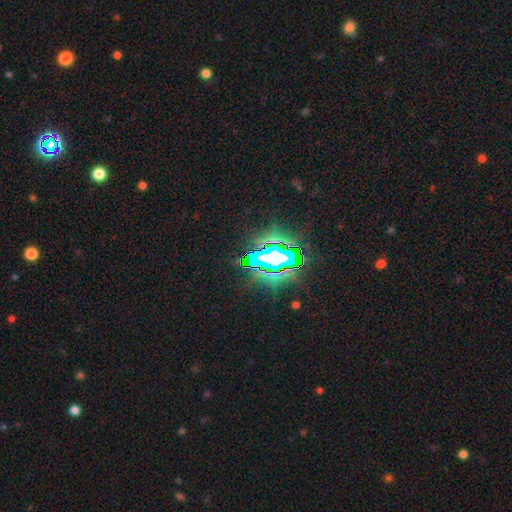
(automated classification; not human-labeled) smooth-or-featured: star or artifact: 81% | featured or disk: 10% | smooth: 9%